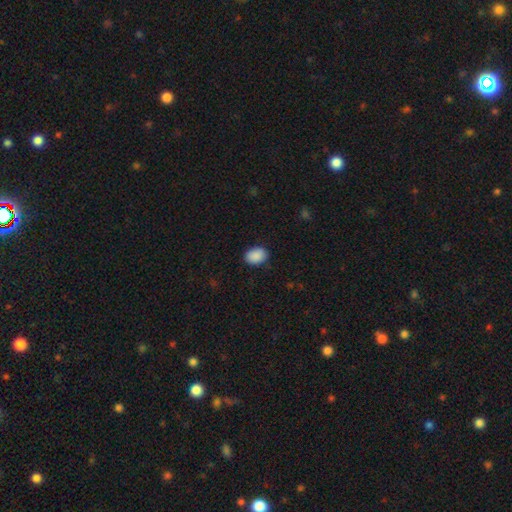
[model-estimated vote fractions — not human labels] smooth-or-featured: smooth: 90% | star or artifact: 8% | featured or disk: 3%
  how-rounded: in between: 74% | round: 25% | cigar-shaped: 1%
  merging: none: 84% | minor disturbance: 12% | major disturbance: 3% | merger: 1%